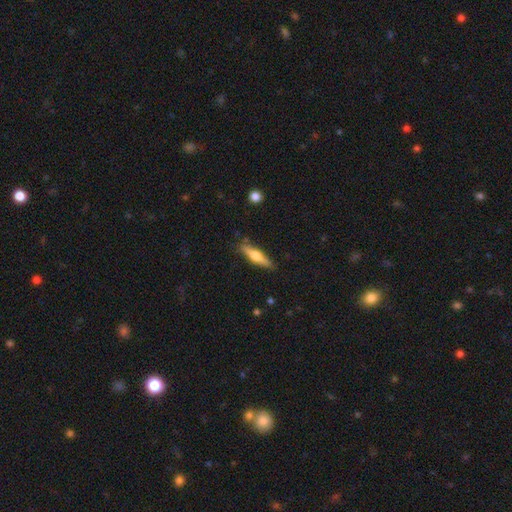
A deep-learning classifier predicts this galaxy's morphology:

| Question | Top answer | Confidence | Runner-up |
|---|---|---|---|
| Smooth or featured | featured or disk | 53% | smooth (41%) |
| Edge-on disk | yes | 95% | no (5%) |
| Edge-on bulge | rounded | 92% | boxy (4%) |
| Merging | none | 86% | minor disturbance (10%) |